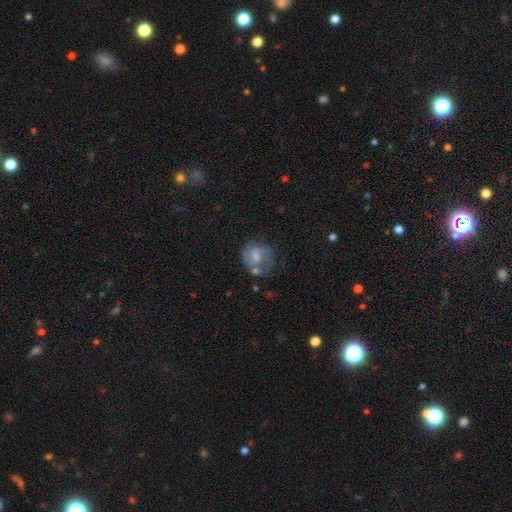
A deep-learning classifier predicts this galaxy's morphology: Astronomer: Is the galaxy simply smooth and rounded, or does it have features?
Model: featured or disk — 49% (runner-up: smooth, 43%).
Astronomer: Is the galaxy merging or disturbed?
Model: none — 45% (runner-up: minor disturbance, 24%).